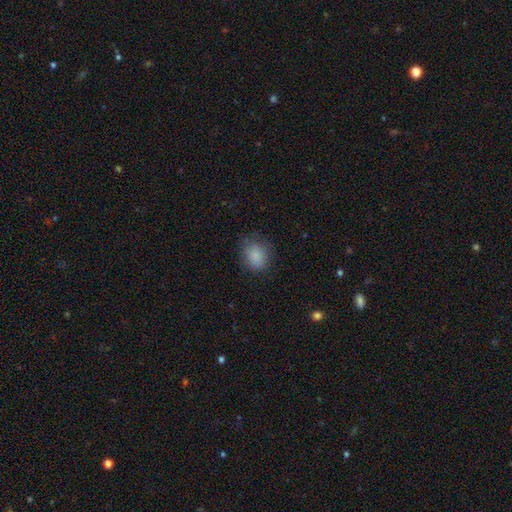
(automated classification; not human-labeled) smooth 86%, star or artifact 9%, featured or disk 5%. Down the decision tree: how rounded — round (59%); merging — none (76%).